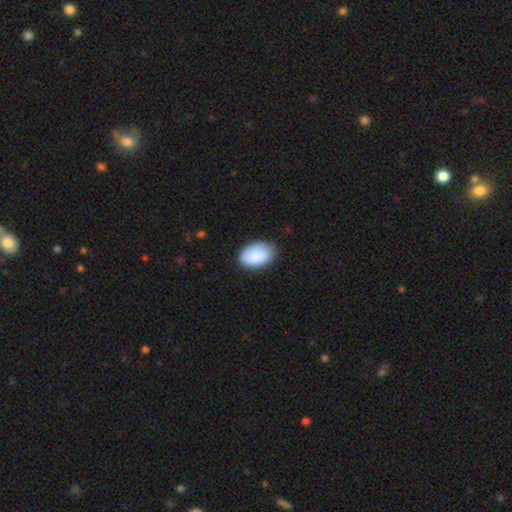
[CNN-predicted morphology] Smooth or featured: smooth — 89% (star or artifact — 6%)
How rounded: in between — 88% (round — 11%)
Merging: none — 82% (minor disturbance — 14%)